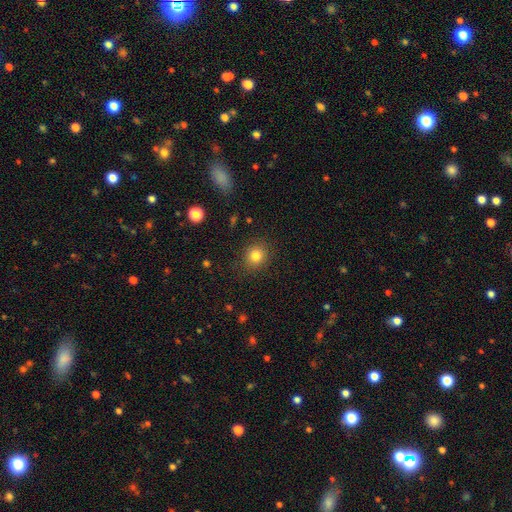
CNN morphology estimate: A smooth galaxy with no disk features (81%) that is round (85%). Merging: none (87%).